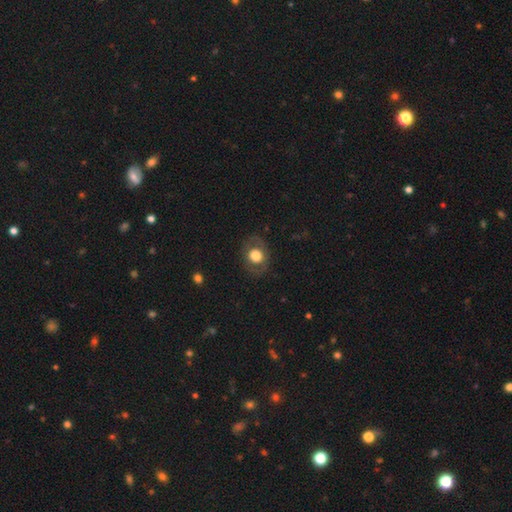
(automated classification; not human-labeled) Smooth or featured: smooth — 64% (featured or disk — 28%)
How rounded: round — 58% (in between — 41%)
Merging: none — 80% (minor disturbance — 13%)